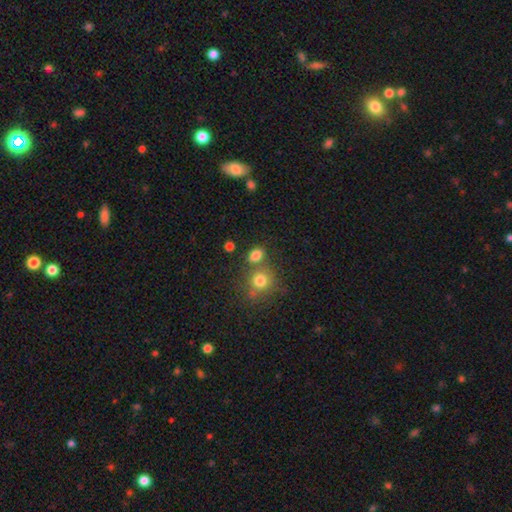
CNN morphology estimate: Q: Smooth or featured?
A: smooth (80%); runner-up: star or artifact (13%)
Q: How rounded?
A: in between (60%); runner-up: round (39%)
Q: Merging?
A: none (61%); runner-up: merger (23%)